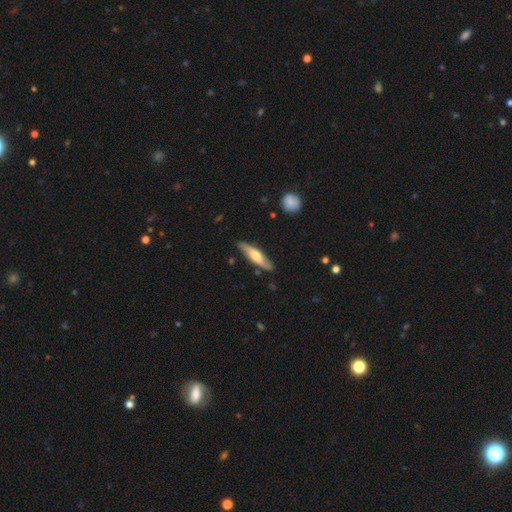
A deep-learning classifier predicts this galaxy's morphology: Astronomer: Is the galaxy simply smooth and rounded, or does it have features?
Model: smooth — 48% (runner-up: featured or disk, 47%).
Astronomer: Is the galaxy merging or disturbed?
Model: none — 83%.